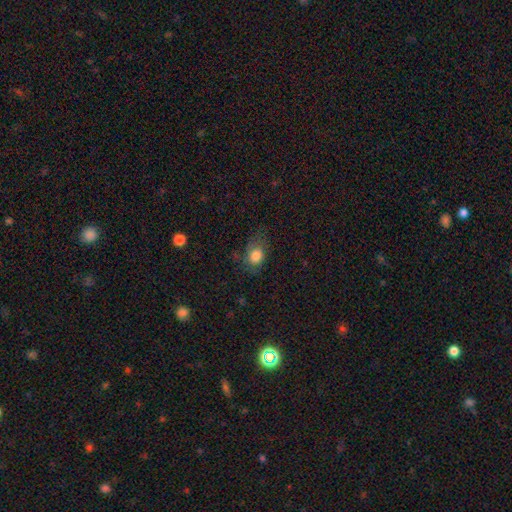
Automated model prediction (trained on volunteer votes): Smooth or featured?
  - smooth: 80% *
  - star or artifact: 10%
  - featured or disk: 10%
How rounded?
  - in between: 57% *
  - round: 42%
  - cigar-shaped: 2%
Merging?
  - none: 53% *
  - minor disturbance: 28%
  - major disturbance: 17%
  - merger: 2%